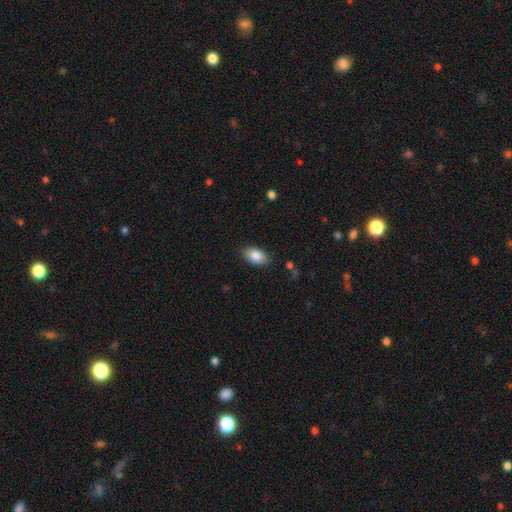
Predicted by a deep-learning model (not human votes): smooth_or_featured: smooth (p=0.86) [alt: featured or disk p=0.07]
how_rounded: in between (p=0.92) [alt: round p=0.06]
merging: none (p=0.86) [alt: minor disturbance p=0.10]